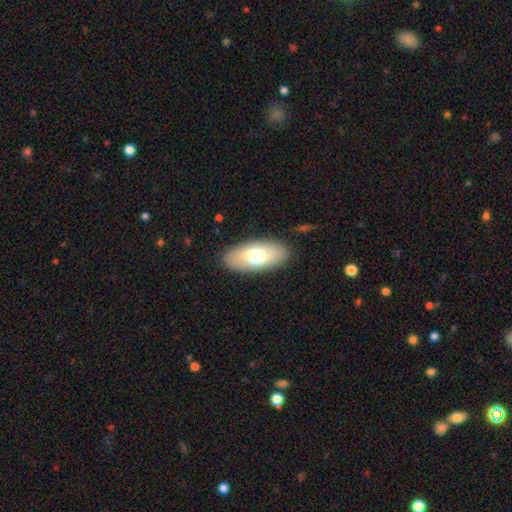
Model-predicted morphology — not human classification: Overall: smooth (70%). How rounded: in between (91%). Merging: none (87%).